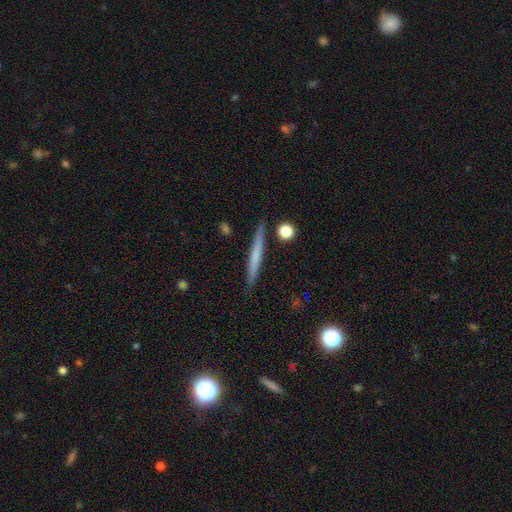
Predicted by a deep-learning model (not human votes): Smooth or featured?
  - smooth: 53% *
  - featured or disk: 41%
  - star or artifact: 6%
How rounded?
  - cigar-shaped: 96% *
  - in between: 3%
  - round: 2%
Merging?
  - none: 88% *
  - minor disturbance: 8%
  - merger: 2%
  - major disturbance: 2%